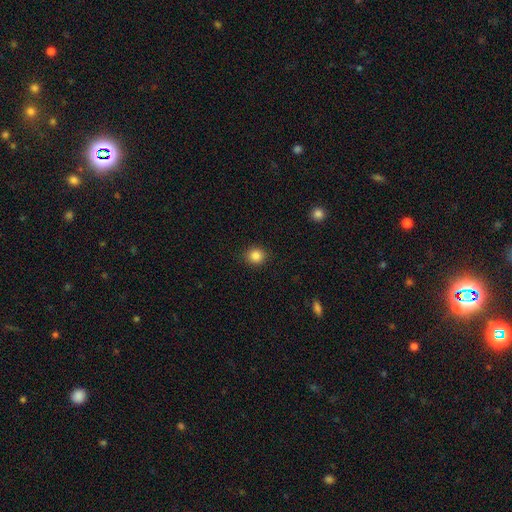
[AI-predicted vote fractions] Smooth or featured? Predicted: smooth (p=0.85). How rounded? Predicted: round (p=0.87). Merging? Predicted: none (p=0.90).